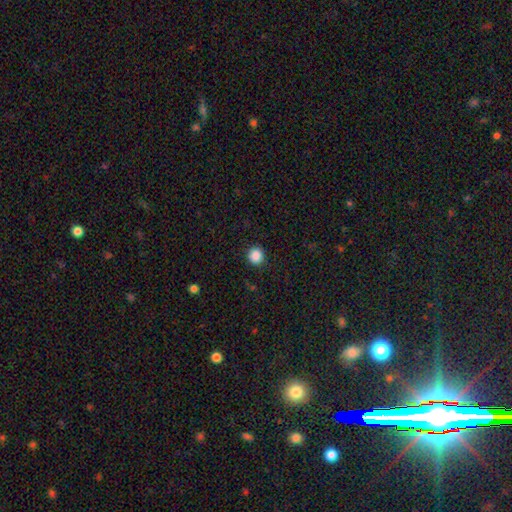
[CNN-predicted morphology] smooth-or-featured: smooth: 87% | star or artifact: 10% | featured or disk: 3%
  how-rounded: round: 93% | in between: 6% | cigar-shaped: 1%
  merging: none: 92% | minor disturbance: 5% | major disturbance: 2% | merger: 1%